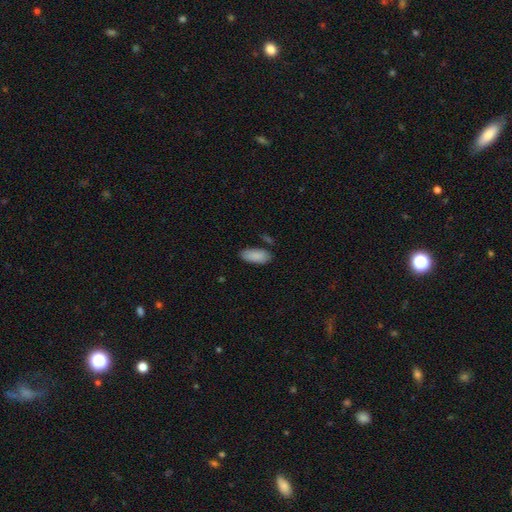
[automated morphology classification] Q: Smooth or featured?
A: smooth (89%); runner-up: star or artifact (6%)
Q: How rounded?
A: in between (90%); runner-up: cigar-shaped (9%)
Q: Merging?
A: none (78%); runner-up: minor disturbance (14%)